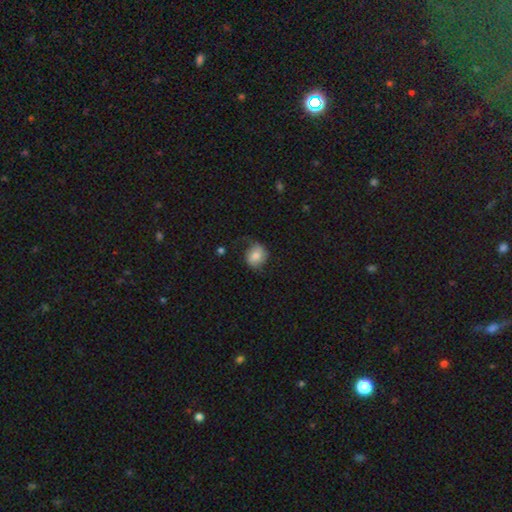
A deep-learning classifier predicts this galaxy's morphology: smooth 65%, featured or disk 27%, star or artifact 8%. Down the decision tree: how rounded — round (71%); merging — none (60%).